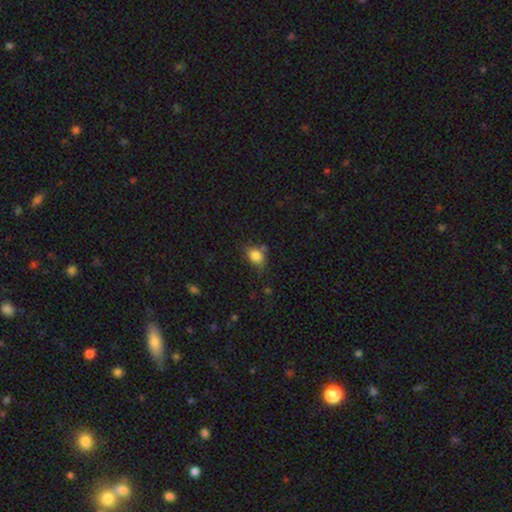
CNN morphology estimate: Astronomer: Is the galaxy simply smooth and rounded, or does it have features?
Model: smooth — 82%.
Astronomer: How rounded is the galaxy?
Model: in between — 69%.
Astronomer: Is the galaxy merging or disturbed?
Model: none — 63%.